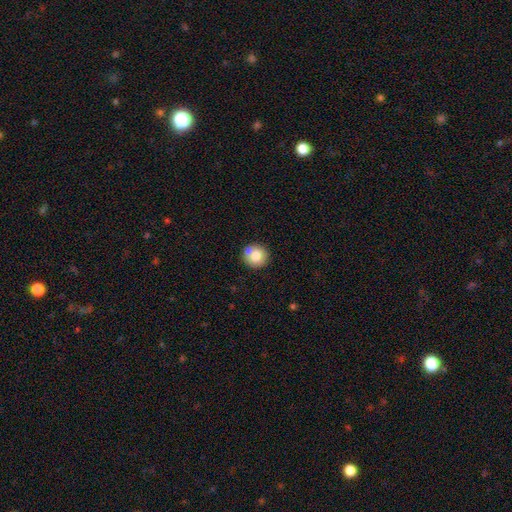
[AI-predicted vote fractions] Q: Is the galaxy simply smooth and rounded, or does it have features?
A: smooth — 77%.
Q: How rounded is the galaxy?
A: round — 91%.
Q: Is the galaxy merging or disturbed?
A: none — 77%.